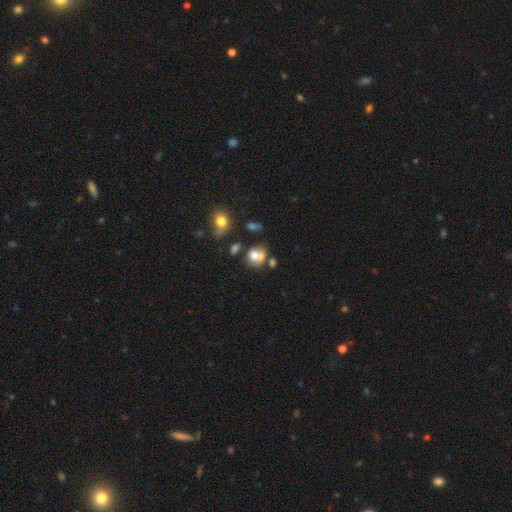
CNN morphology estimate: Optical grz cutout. It shows a smooth galaxy with no disk features (72%) that is round (67%). Merging: none (40%).